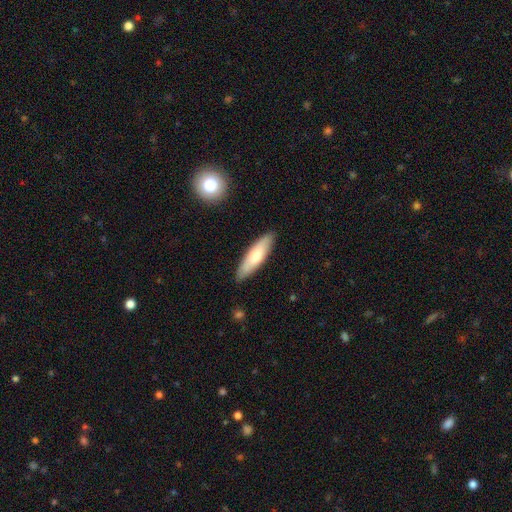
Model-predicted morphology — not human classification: smooth-or-featured: smooth: 70% | featured or disk: 25% | star or artifact: 5%
  how-rounded: cigar-shaped: 59% | in between: 39% | round: 2%
  merging: none: 88% | minor disturbance: 9% | major disturbance: 2% | merger: 1%